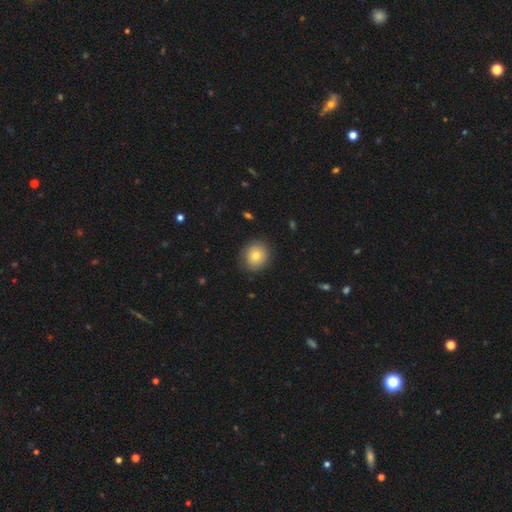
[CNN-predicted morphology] smooth_or_featured: smooth (p=0.78) [alt: featured or disk p=0.13]
how_rounded: round (p=0.84) [alt: in between p=0.15]
merging: none (p=0.84) [alt: minor disturbance p=0.12]